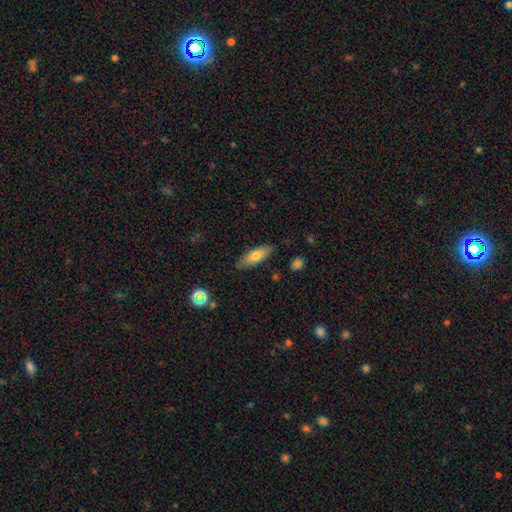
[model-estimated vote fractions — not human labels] This is likely a smooth galaxy (70%). How rounded: possibly in between (60%). Merging: clearly none (83%).